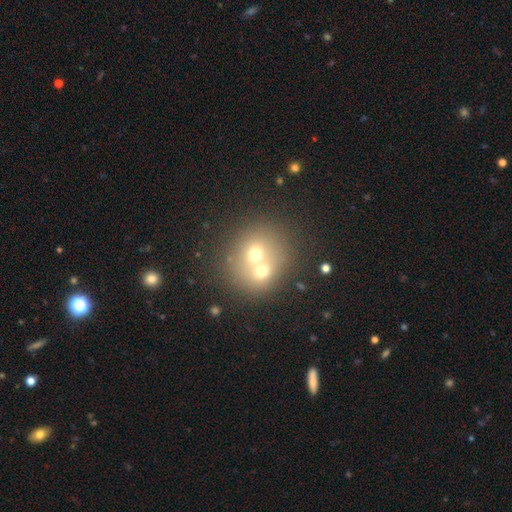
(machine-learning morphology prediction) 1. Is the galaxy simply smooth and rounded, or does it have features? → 60% smooth, 24% featured or disk, 15% star or artifact.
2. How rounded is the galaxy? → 82% round, 17% in between, 1% cigar-shaped.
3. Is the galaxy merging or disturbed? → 61% merger, 31% none, 5% minor disturbance, 3% major disturbance.